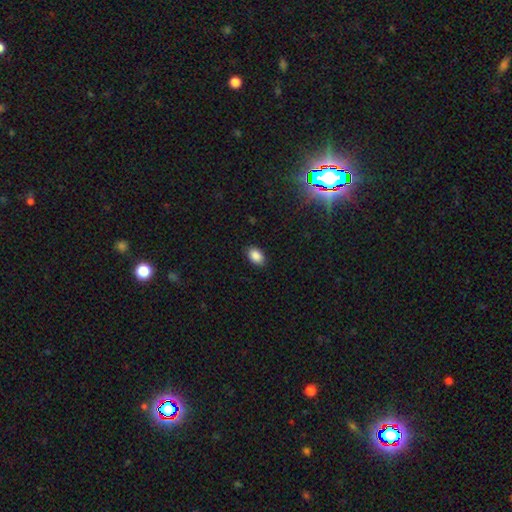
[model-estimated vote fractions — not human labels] Smooth or featured? Predicted: smooth (p=0.88). How rounded? Predicted: in between (p=0.87). Merging? Predicted: none (p=0.88).